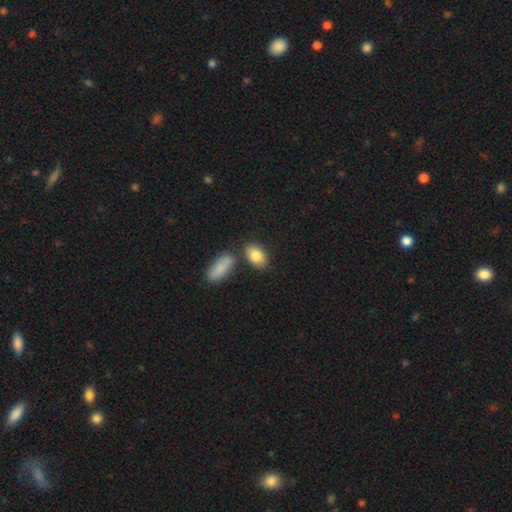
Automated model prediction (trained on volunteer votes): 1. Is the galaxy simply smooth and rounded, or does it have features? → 85% smooth, 8% featured or disk, 7% star or artifact.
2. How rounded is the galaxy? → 87% in between, 10% round, 3% cigar-shaped.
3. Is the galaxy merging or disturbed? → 69% none, 15% merger, 12% minor disturbance, 3% major disturbance.